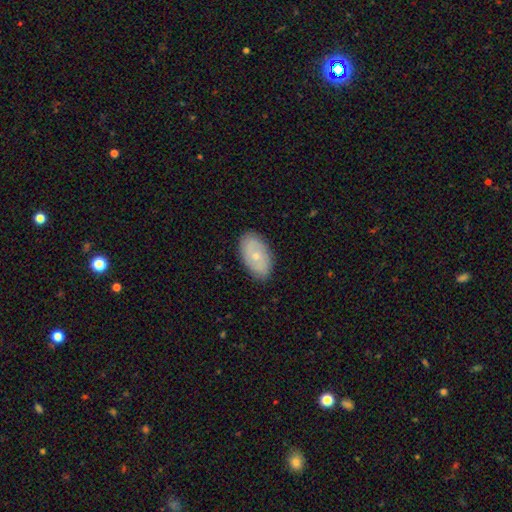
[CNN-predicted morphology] Smooth or featured: featured or disk — 47% (smooth — 46%)
Merging: none — 85% (minor disturbance — 12%)